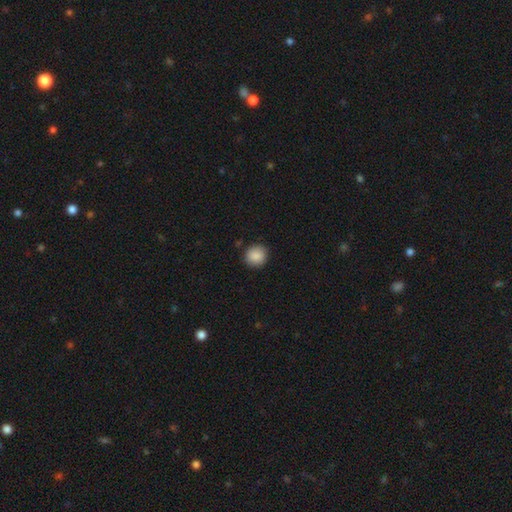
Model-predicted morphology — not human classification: smooth 89%, star or artifact 8%, featured or disk 4%. Down the decision tree: how rounded — round (87%); merging — none (88%).